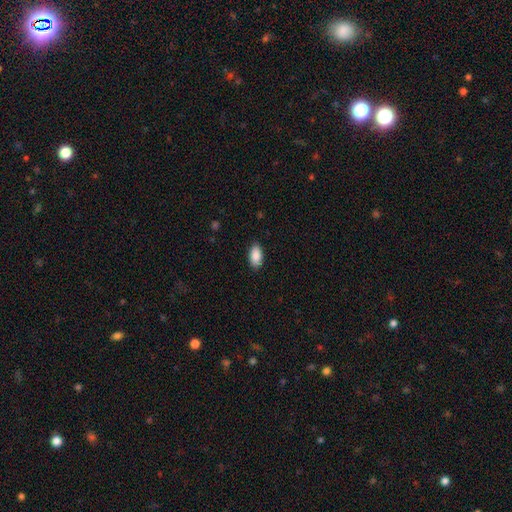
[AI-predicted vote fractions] smooth-or-featured: smooth: 90% | star or artifact: 7% | featured or disk: 4%
  how-rounded: in between: 93% | cigar-shaped: 4% | round: 3%
  merging: none: 87% | minor disturbance: 9% | major disturbance: 2% | merger: 1%